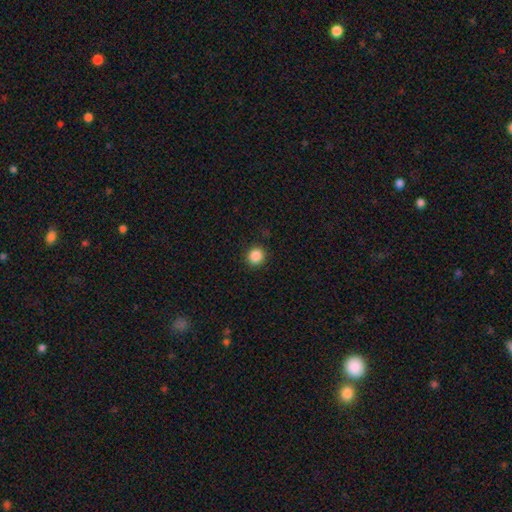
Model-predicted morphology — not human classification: This appears to be a smooth galaxy with no disk features (88%) that is round (92%). Merging: none (92%).